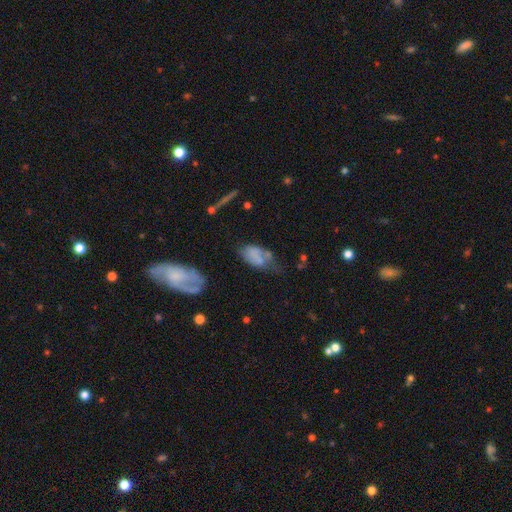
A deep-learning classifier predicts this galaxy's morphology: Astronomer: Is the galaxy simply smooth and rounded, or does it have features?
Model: smooth — 63%.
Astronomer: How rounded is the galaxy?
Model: in between — 91%.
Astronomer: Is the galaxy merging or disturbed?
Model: minor disturbance — 31% (runner-up: none, 28%).